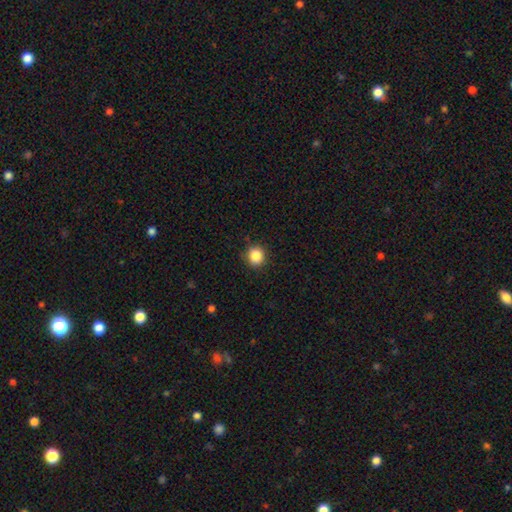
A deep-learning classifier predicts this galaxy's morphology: Overall: smooth (86%). How rounded: round (90%). Merging: none (90%).